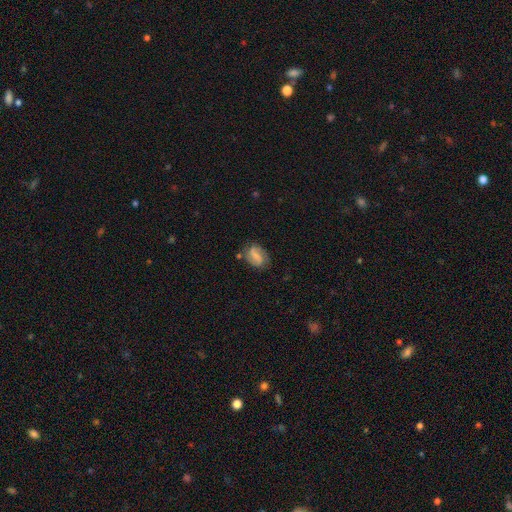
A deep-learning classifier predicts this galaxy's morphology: Overall: featured or disk (62%; smooth 30%). Edge-on disk: no (97%). Bar: weak (40%; strong 38%). Spiral arms: yes (88%). Spiral arm count: 2 (86%). Spiral winding: medium (40%; loose 37%). Bulge size: none (52%; small 30%). Merging: none (71%).